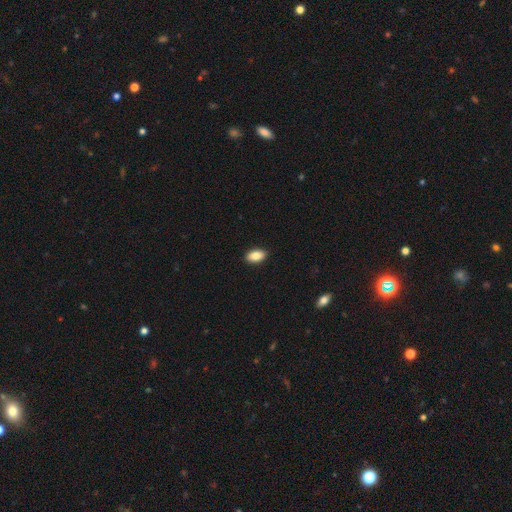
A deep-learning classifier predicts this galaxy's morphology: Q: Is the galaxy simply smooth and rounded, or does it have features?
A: smooth — 86%.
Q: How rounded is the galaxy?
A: in between — 93%.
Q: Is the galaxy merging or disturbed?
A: none — 90%.